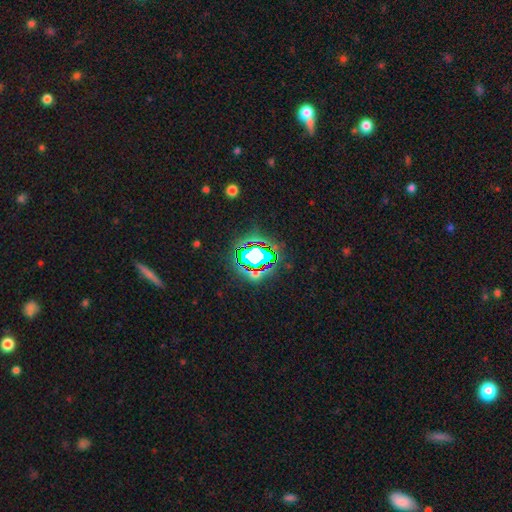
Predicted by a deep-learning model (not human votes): Smooth or featured? Predicted: star or artifact (p=0.67).